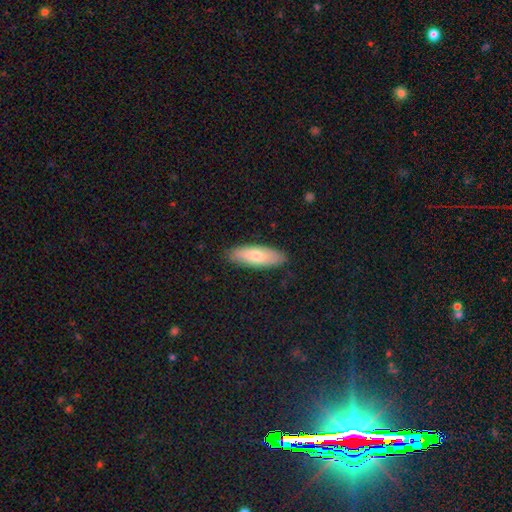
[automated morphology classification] Smooth or featured: smooth — 72% (featured or disk — 22%)
How rounded: in between — 60% (cigar-shaped — 38%)
Merging: none — 88% (minor disturbance — 9%)